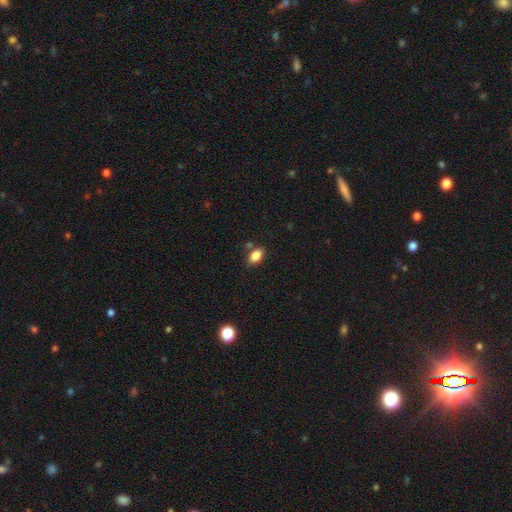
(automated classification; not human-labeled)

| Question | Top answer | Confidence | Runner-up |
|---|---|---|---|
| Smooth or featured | smooth | 85% | star or artifact (9%) |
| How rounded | in between | 87% | round (11%) |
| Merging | none | 76% | minor disturbance (13%) |